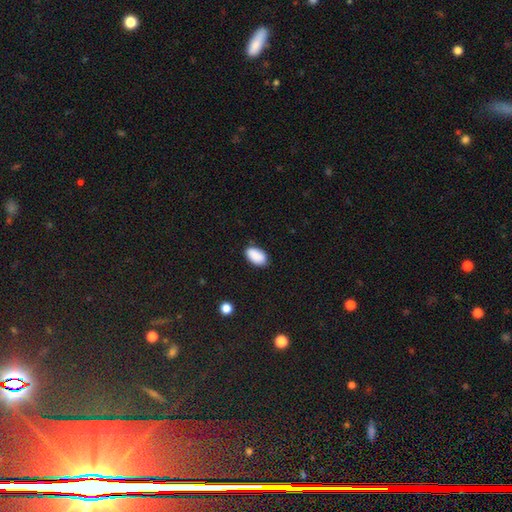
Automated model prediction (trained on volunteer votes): Overall: smooth (90%). How rounded: in between (94%). Merging: none (84%).